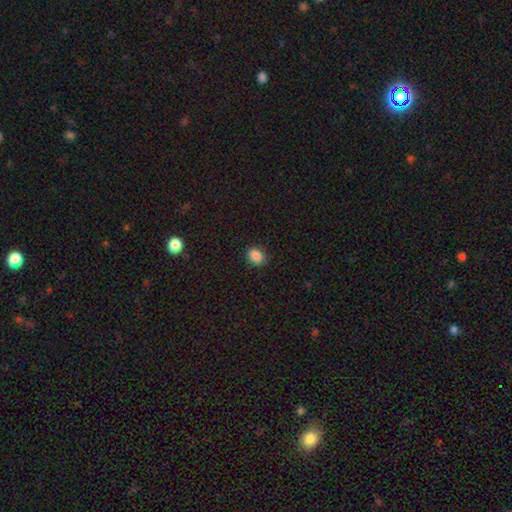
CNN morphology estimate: This appears to be a smooth galaxy with no disk features (87%) that is in between round and cigar-shaped (51%). Merging: none (87%).